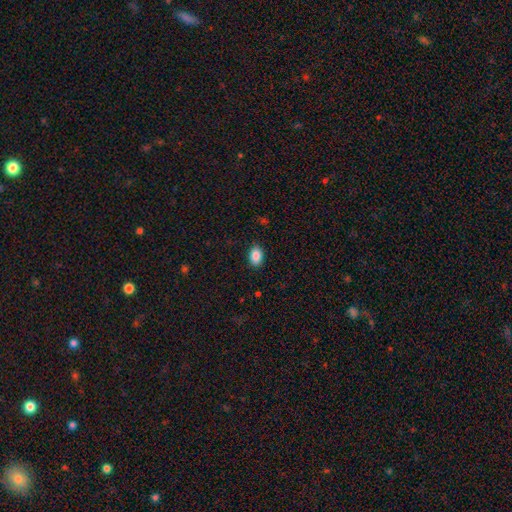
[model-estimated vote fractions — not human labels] Overall: smooth (88%). How rounded: in between (87%). Merging: none (88%).